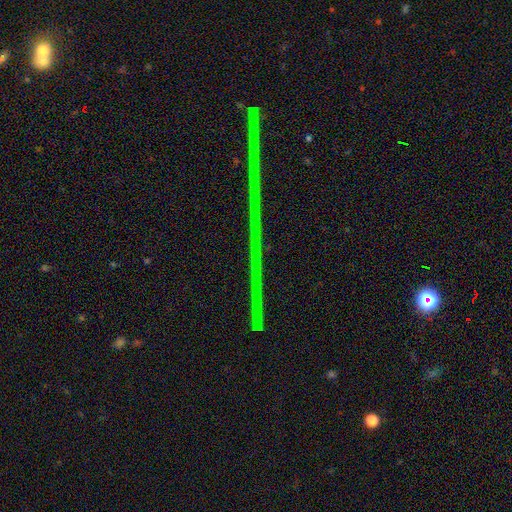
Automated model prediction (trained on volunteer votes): Overall: star or artifact (80%).